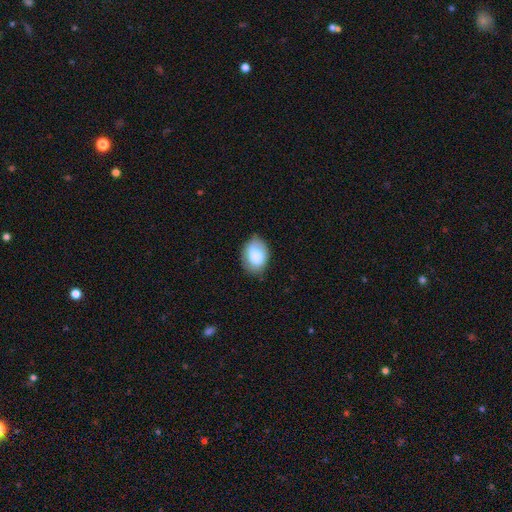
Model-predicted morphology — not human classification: The model was most divided on "how rounded": in between: 78%, round: 21%, cigar-shaped: 1%. More confident: smooth or featured — smooth (81%); merging — none (76%).